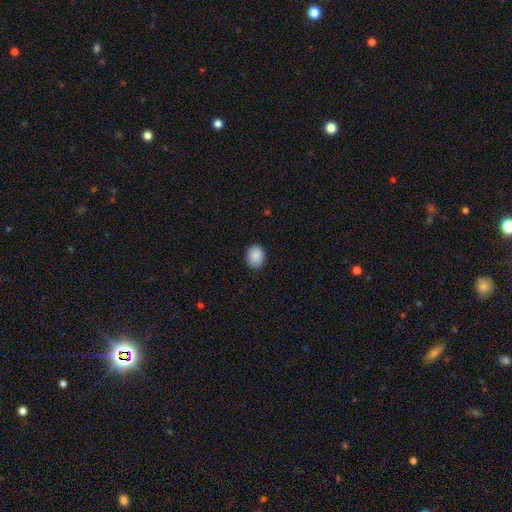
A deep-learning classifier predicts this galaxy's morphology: A smooth galaxy with no disk features (89%) that is in between round and cigar-shaped (53%).

Vote fractions:
- Smooth or featured? smooth: 89% / star or artifact: 8% / featured or disk: 3%
- How rounded? in between: 53% / round: 46% / cigar-shaped: 1%
- Merging? none: 87% / minor disturbance: 10% / major disturbance: 2% / merger: 1%